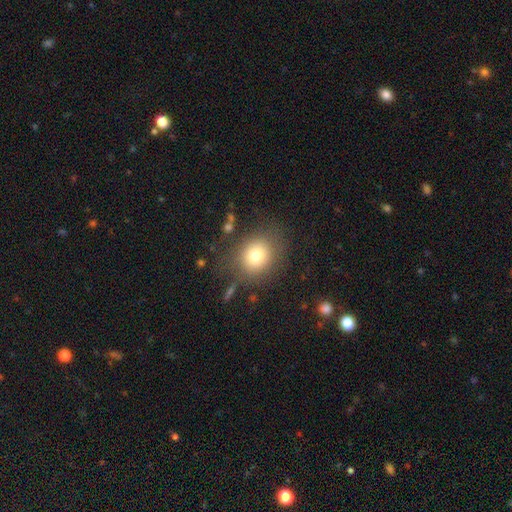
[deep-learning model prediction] smooth 78%, star or artifact 11%, featured or disk 11%. Down the decision tree: how rounded — round (72%); merging — none (77%).